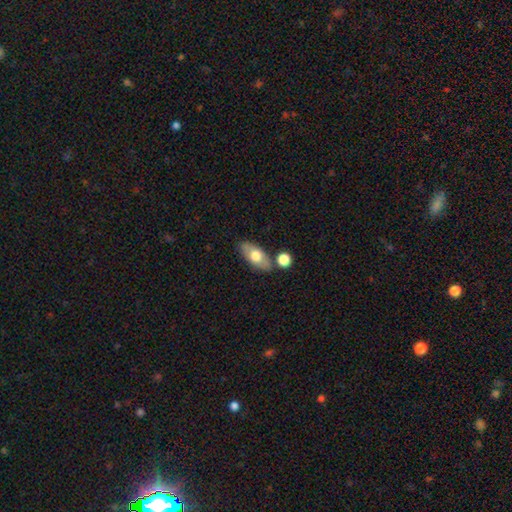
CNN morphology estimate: smooth 67%, featured or disk 27%, star or artifact 6%. Down the decision tree: how rounded — in between (86%); merging — none (74%).